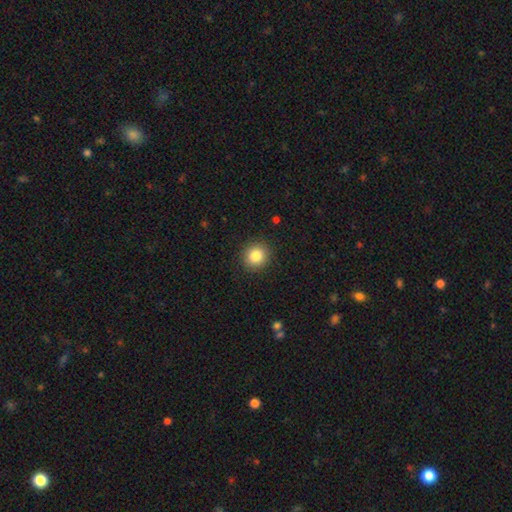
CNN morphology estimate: This appears to be a smooth galaxy with no disk features (85%) that is round (88%). Merging: none (90%).